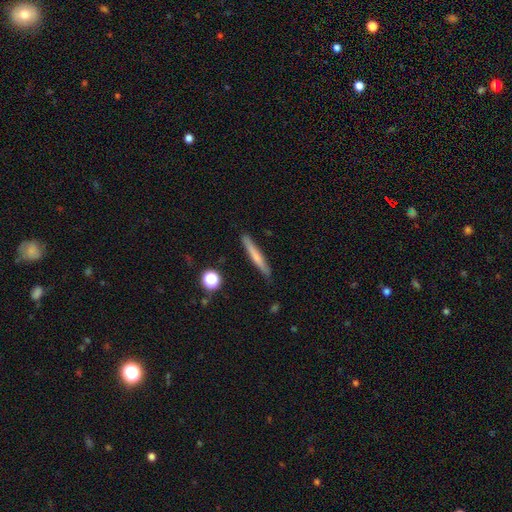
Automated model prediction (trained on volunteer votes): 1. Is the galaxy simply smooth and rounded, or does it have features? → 60% smooth, 33% featured or disk, 7% star or artifact.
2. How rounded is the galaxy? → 95% cigar-shaped, 3% in between, 2% round.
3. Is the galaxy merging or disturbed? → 88% none, 9% minor disturbance, 2% major disturbance, 2% merger.